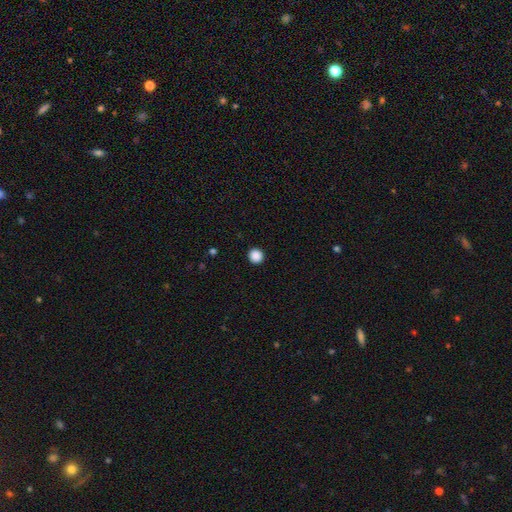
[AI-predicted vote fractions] This is clearly a smooth galaxy (88%). How rounded: clearly round (92%). Merging: clearly none (93%).